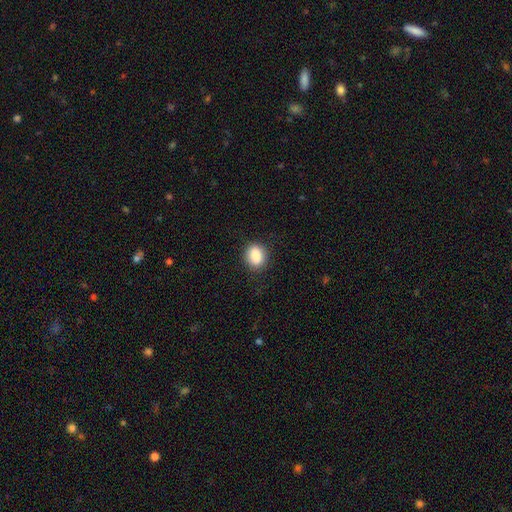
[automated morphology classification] Q: Smooth or featured?
A: smooth (87%); runner-up: star or artifact (8%)
Q: How rounded?
A: in between (54%); runner-up: round (44%)
Q: Merging?
A: none (85%); runner-up: minor disturbance (11%)